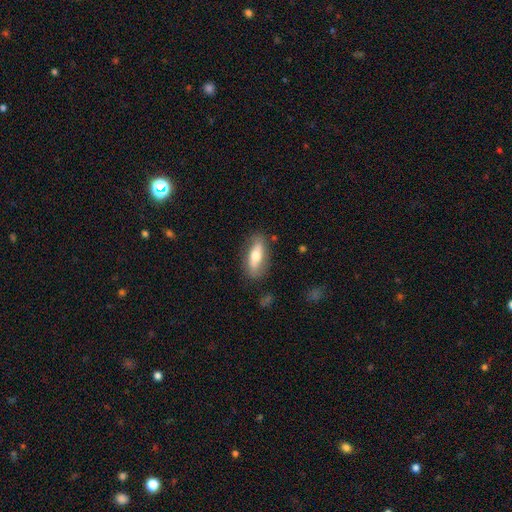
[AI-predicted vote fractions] Q: Smooth or featured?
A: smooth (59%); runner-up: featured or disk (35%)
Q: How rounded?
A: in between (69%); runner-up: cigar-shaped (28%)
Q: Merging?
A: none (80%); runner-up: minor disturbance (15%)